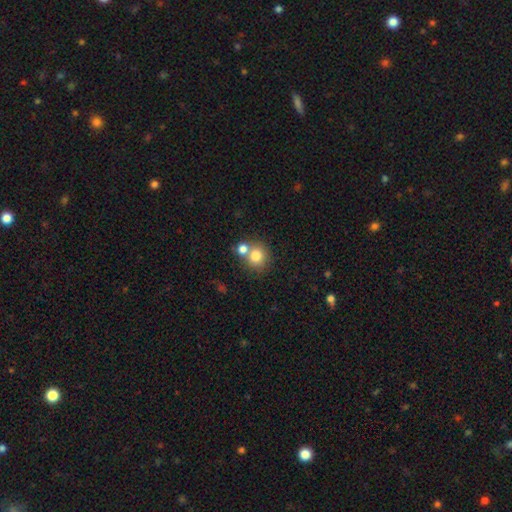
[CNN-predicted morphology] The model was most divided on "merging": none: 53%, merger: 37%, minor disturbance: 8%, major disturbance: 3%. More confident: how rounded — round (86%); smooth or featured — smooth (79%).